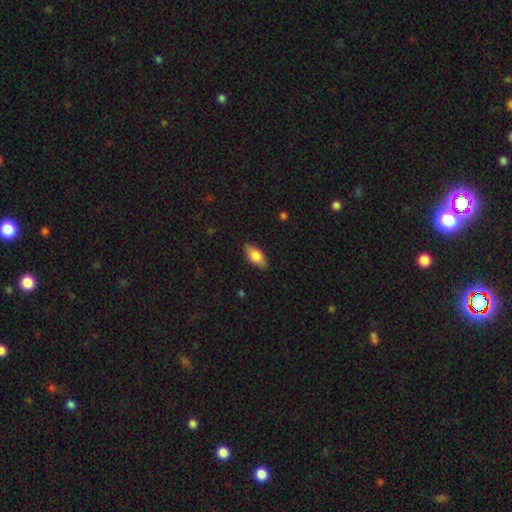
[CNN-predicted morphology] smooth-or-featured: smooth: 75% | featured or disk: 18% | star or artifact: 7%
  how-rounded: in between: 87% | cigar-shaped: 8% | round: 4%
  merging: none: 85% | minor disturbance: 11% | major disturbance: 2% | merger: 1%